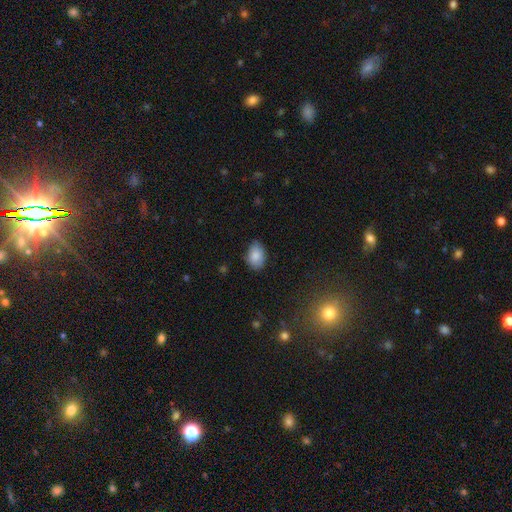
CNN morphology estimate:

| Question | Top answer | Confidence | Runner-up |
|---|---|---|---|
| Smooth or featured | smooth | 87% | star or artifact (7%) |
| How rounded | in between | 82% | round (17%) |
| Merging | none | 81% | minor disturbance (15%) |